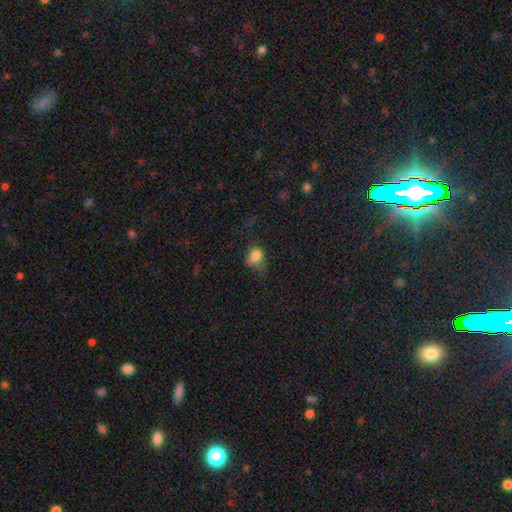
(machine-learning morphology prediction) Q: Smooth or featured?
A: smooth (78%); runner-up: star or artifact (12%)
Q: How rounded?
A: round (58%); runner-up: in between (40%)
Q: Merging?
A: none (36%); runner-up: minor disturbance (33%)